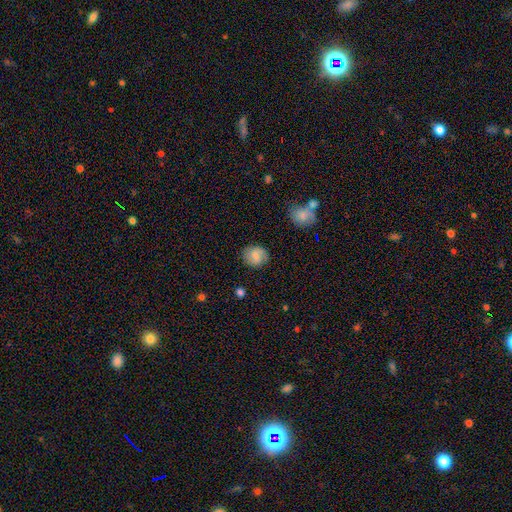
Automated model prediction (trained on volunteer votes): smooth 74%, featured or disk 18%, star or artifact 8%. Down the decision tree: how rounded — round (74%); merging — none (83%).